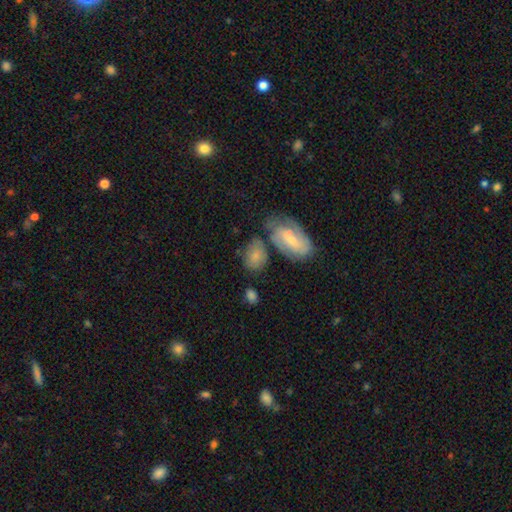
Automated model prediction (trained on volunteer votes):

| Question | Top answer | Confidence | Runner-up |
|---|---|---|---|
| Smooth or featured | smooth | 65% | featured or disk (27%) |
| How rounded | in between | 77% | round (21%) |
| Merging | none | 48% | merger (23%) |